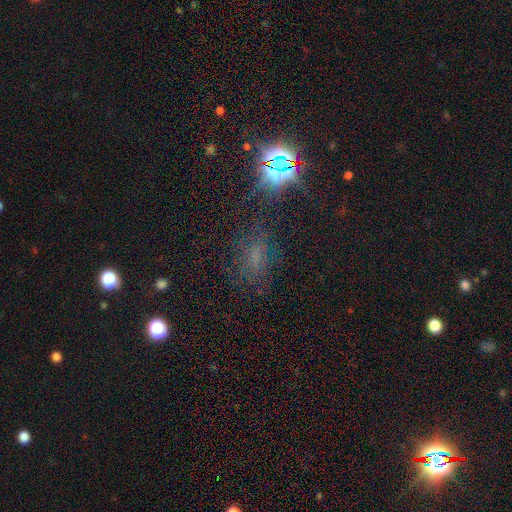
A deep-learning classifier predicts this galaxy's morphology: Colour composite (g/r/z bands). It shows a star or artifact, not a galaxy (46%).